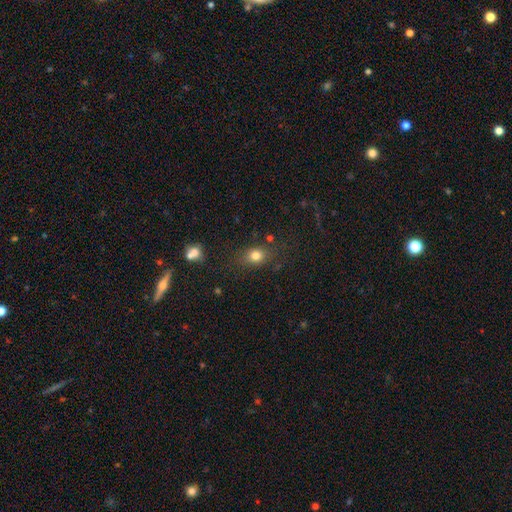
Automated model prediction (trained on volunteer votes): The model was most divided on "how rounded": round: 49%, in between: 48%, cigar-shaped: 2%. More confident: smooth or featured — smooth (78%); merging — none (75%).